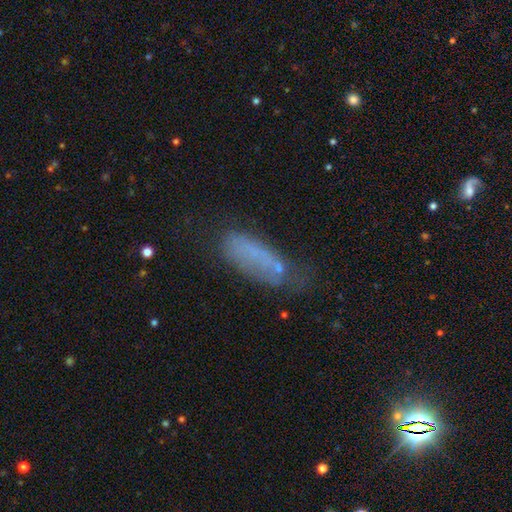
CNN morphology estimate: Overall: smooth (58%; featured or disk 27%). How rounded: in between (54%; cigar-shaped 43%). Merging: none (48%; minor disturbance 26%).